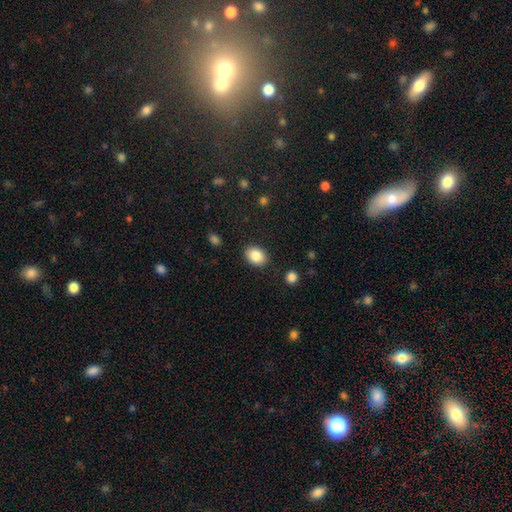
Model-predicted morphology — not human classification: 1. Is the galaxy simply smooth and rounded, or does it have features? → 86% smooth, 8% star or artifact, 6% featured or disk.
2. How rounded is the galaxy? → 65% in between, 35% round, 1% cigar-shaped.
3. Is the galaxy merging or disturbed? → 87% none, 9% minor disturbance, 2% major disturbance, 1% merger.